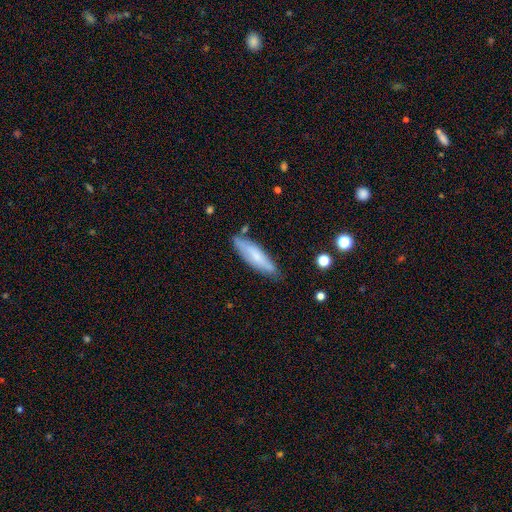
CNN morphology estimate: type=smooth (67%); roundness=cigar-shaped (66%); merging=none (76%).